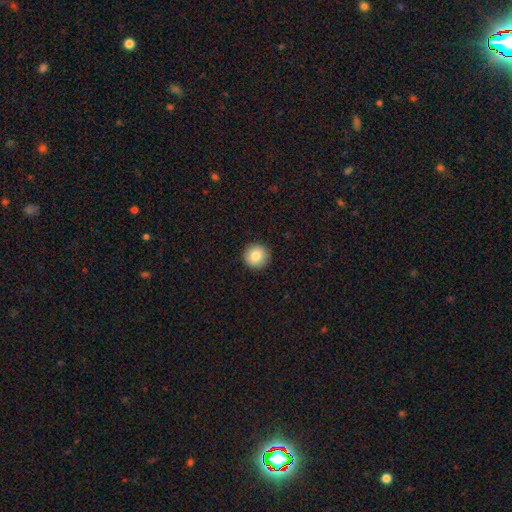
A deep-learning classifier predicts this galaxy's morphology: This is clearly a smooth galaxy (85%). How rounded: clearly round (95%). Merging: clearly none (93%).